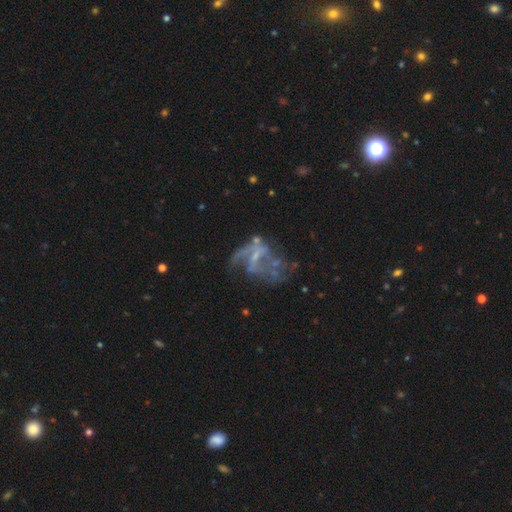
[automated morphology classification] type=featured or disk (76%); edge-on=no (98%); bar=no (44%); spiral arms=yes (57%); bulge=none (43%); merging=major disturbance (40%).